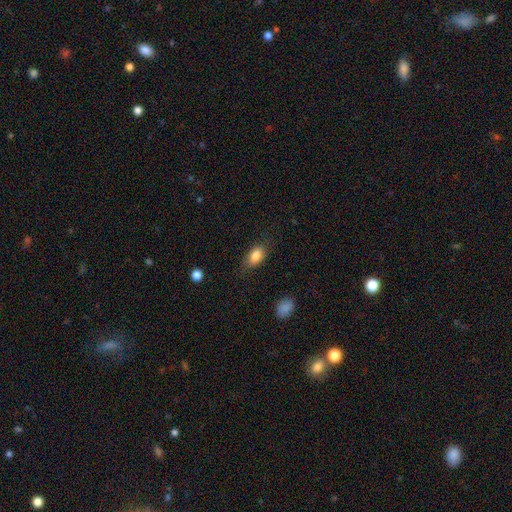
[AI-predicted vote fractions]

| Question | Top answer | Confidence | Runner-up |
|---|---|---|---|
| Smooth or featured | smooth | 83% | featured or disk (9%) |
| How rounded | in between | 87% | round (10%) |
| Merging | none | 77% | minor disturbance (17%) |